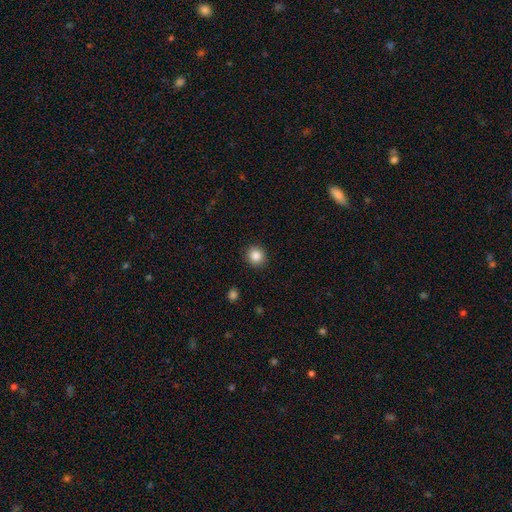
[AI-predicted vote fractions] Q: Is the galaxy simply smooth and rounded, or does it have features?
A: smooth — 86%.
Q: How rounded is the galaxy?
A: round — 90%.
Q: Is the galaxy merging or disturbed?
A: none — 91%.